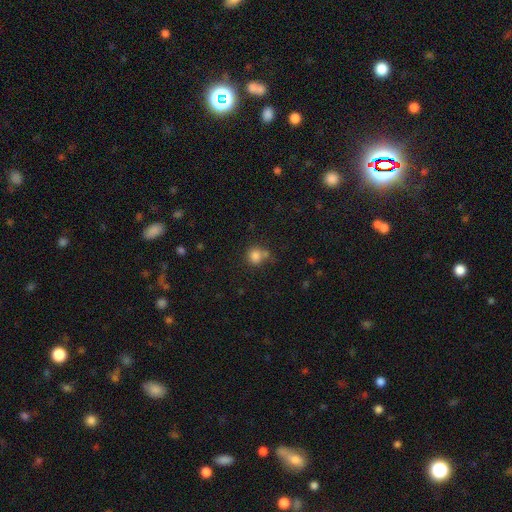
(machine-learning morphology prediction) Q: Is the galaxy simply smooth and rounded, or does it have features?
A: smooth — 82%.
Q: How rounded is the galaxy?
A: round — 80%.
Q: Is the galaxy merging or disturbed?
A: none — 55%.